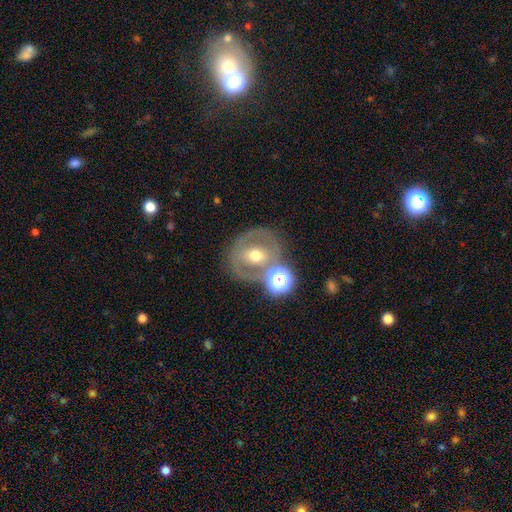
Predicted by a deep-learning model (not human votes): Morphology: type=featured or disk (50%); merging=none (64%).